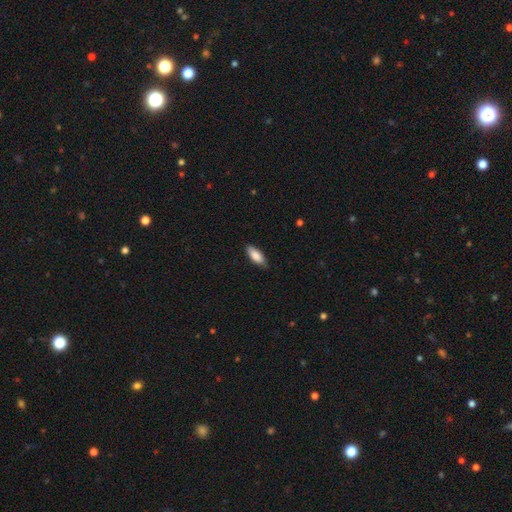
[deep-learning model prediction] smooth_or_featured: smooth (p=0.85) [alt: featured or disk p=0.09]
how_rounded: in between (p=0.75) [alt: cigar-shaped p=0.23]
merging: none (p=0.83) [alt: minor disturbance p=0.14]